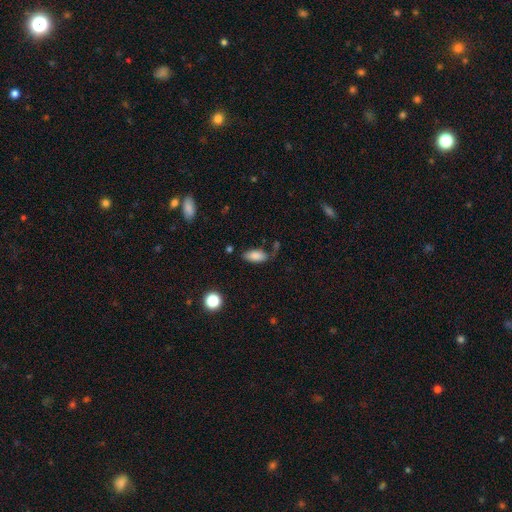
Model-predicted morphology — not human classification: Smooth or featured? smooth (85%)
How rounded? in between (90%)
Merging? none (66%)